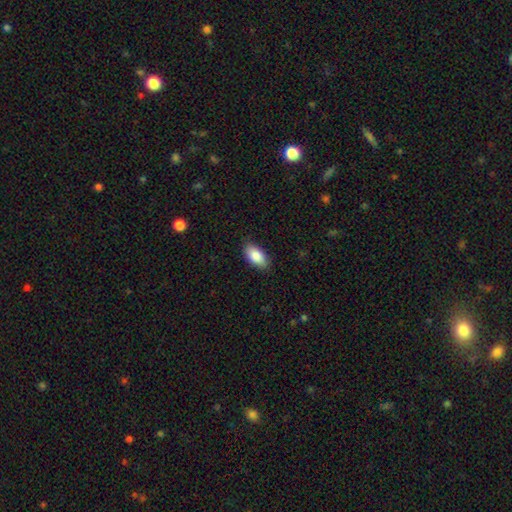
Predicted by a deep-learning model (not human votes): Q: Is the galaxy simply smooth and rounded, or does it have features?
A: smooth — 87%.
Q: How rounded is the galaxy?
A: in between — 93%.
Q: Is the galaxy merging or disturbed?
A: none — 86%.